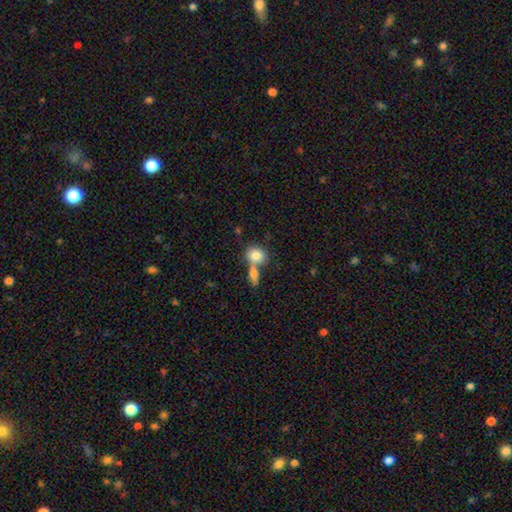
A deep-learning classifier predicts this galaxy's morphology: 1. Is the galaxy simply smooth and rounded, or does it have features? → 81% smooth, 11% featured or disk, 8% star or artifact.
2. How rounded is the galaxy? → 52% round, 46% in between, 2% cigar-shaped.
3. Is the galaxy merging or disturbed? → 51% merger, 37% none, 9% minor disturbance, 4% major disturbance.